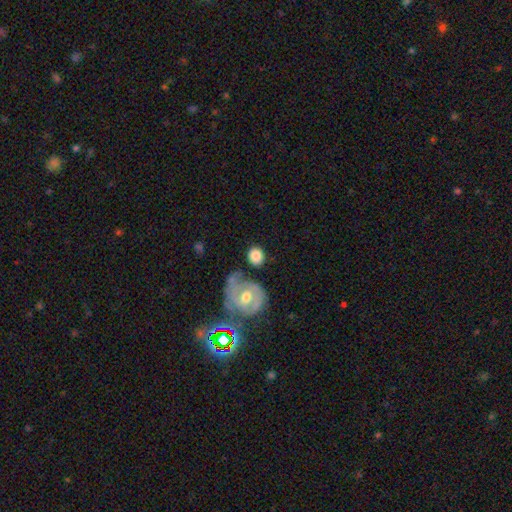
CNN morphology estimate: Smooth or featured? Predicted: smooth (p=0.79). How rounded? Predicted: round (p=0.83). Merging? Predicted: none (p=0.67).